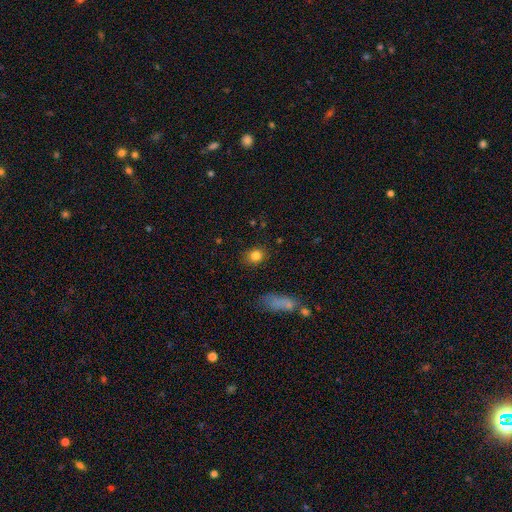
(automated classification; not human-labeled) smooth_or_featured: smooth (p=0.82) [alt: star or artifact p=0.10]
how_rounded: round (p=0.67) [alt: in between p=0.31]
merging: none (p=0.85) [alt: minor disturbance p=0.10]